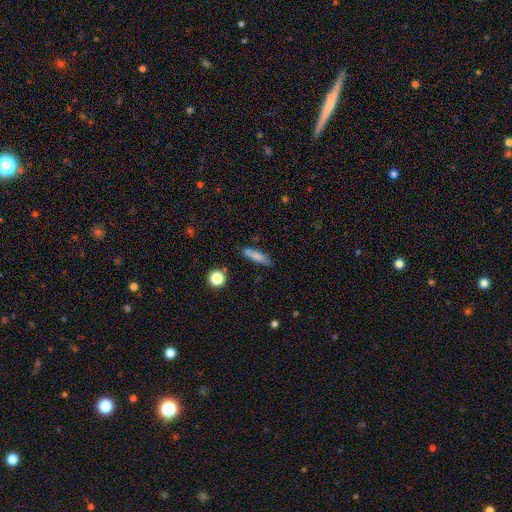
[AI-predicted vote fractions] Morphology: type=smooth (77%); roundness=cigar-shaped (67%); merging=none (76%).